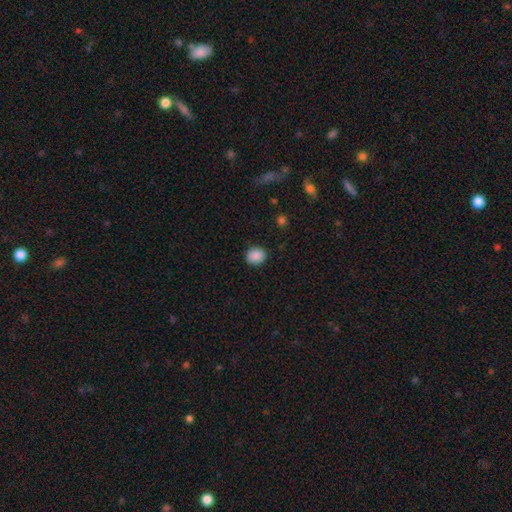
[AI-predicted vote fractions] smooth_or_featured: smooth (p=0.88) [alt: star or artifact p=0.08]
how_rounded: round (p=0.69) [alt: in between p=0.30]
merging: none (p=0.89) [alt: minor disturbance p=0.08]